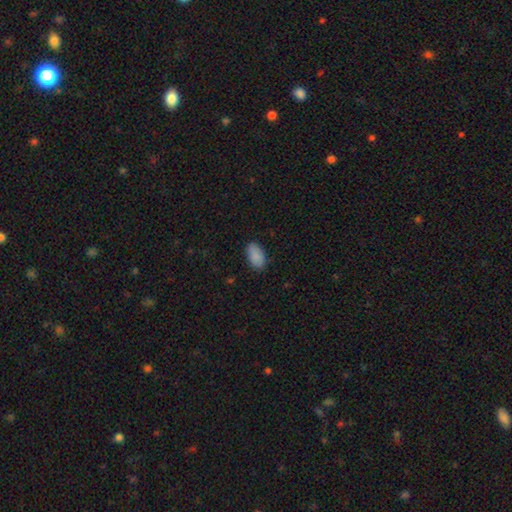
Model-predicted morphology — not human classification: smooth 89%, star or artifact 7%, featured or disk 4%. Down the decision tree: how rounded — in between (94%); merging — none (83%).